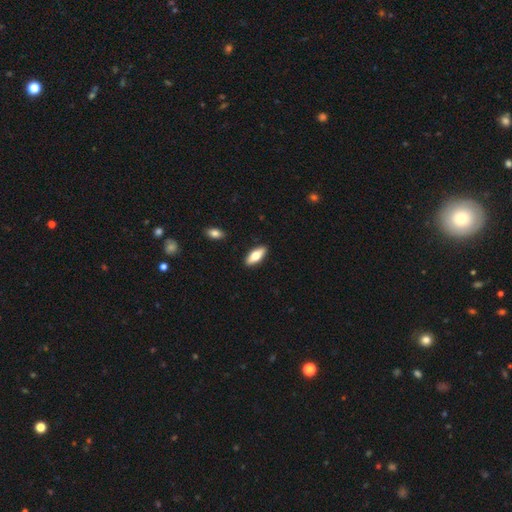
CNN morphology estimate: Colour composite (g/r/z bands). It shows a smooth galaxy with no disk features (65%) that is in between round and cigar-shaped (71%). Merging: none (90%).